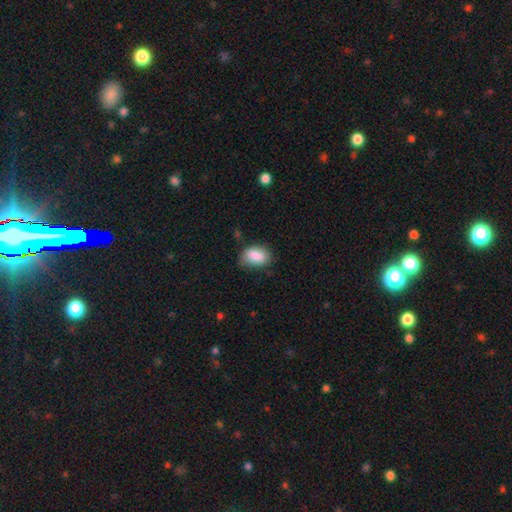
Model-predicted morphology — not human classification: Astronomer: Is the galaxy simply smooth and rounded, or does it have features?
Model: smooth — 86%.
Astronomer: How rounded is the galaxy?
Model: in between — 87%.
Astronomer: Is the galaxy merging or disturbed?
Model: none — 68%.